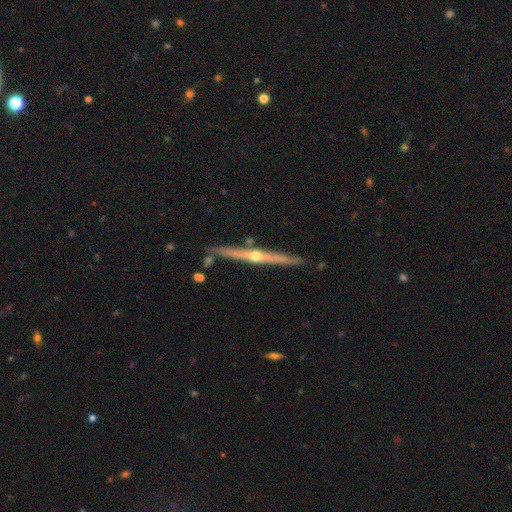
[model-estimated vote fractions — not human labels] Q: Smooth or featured?
A: featured or disk (80%); runner-up: smooth (15%)
Q: Edge-on disk?
A: yes (98%); runner-up: no (2%)
Q: Edge-on bulge?
A: rounded (90%); runner-up: none (8%)
Q: Merging?
A: none (85%); runner-up: minor disturbance (9%)